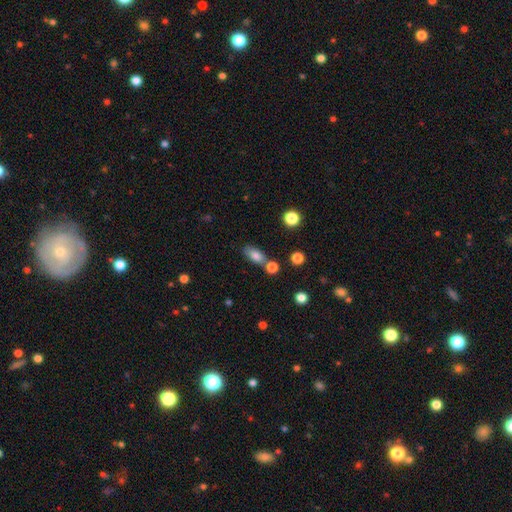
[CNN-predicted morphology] Smooth or featured? smooth (79%)
How rounded? in between (82%)
Merging? none (61%)